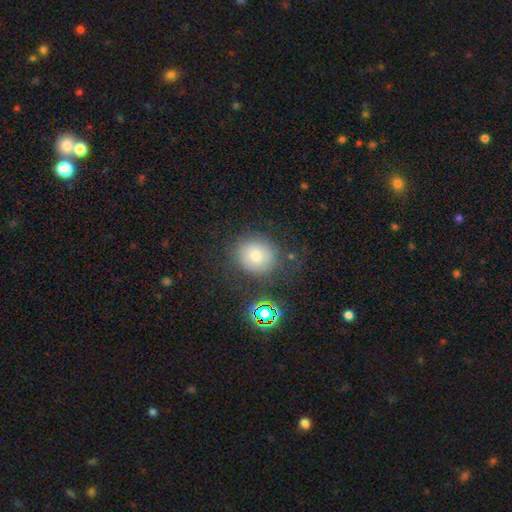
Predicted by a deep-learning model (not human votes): A smooth galaxy with no disk features (71%) that is round (80%).

Vote fractions:
- Smooth or featured? smooth: 71% / star or artifact: 15% / featured or disk: 15%
- How rounded? round: 80% / in between: 20% / cigar-shaped: 1%
- Merging? none: 72% / minor disturbance: 16% / major disturbance: 8% / merger: 4%